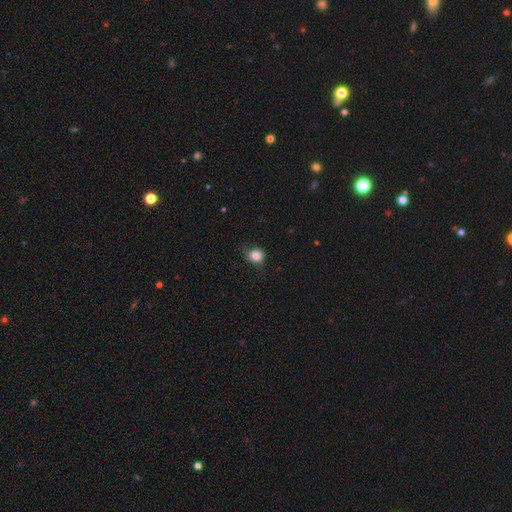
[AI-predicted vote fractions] A smooth galaxy with no disk features (84%) that is round (70%). Merging: none (60%).